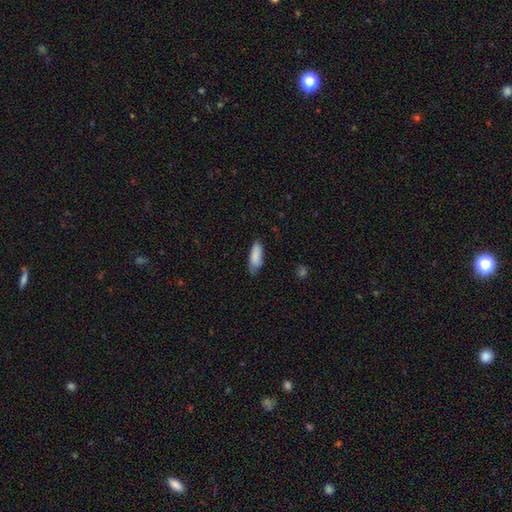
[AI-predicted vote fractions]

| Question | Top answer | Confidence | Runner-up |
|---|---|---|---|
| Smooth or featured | smooth | 86% | featured or disk (7%) |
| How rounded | in between | 72% | cigar-shaped (27%) |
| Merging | none | 68% | minor disturbance (26%) |